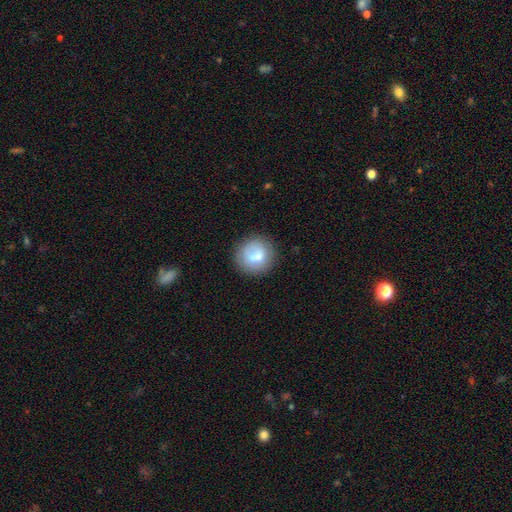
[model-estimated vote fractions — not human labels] smooth_or_featured: smooth (p=0.70) [alt: featured or disk p=0.22]
how_rounded: round (p=0.90) [alt: in between p=0.09]
merging: none (p=0.74) [alt: minor disturbance p=0.16]